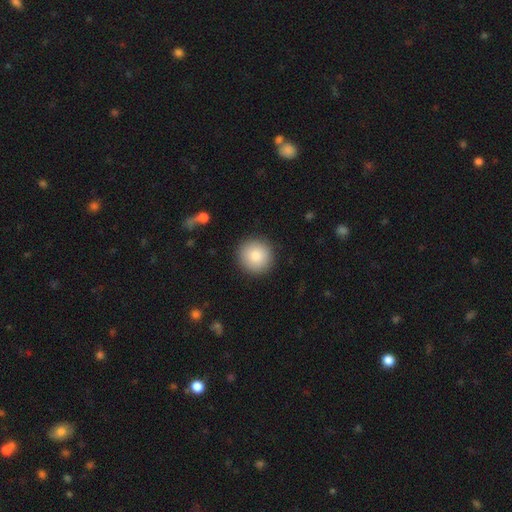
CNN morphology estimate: A smooth galaxy with no disk features (85%) that is round (95%). Merging: none (92%).